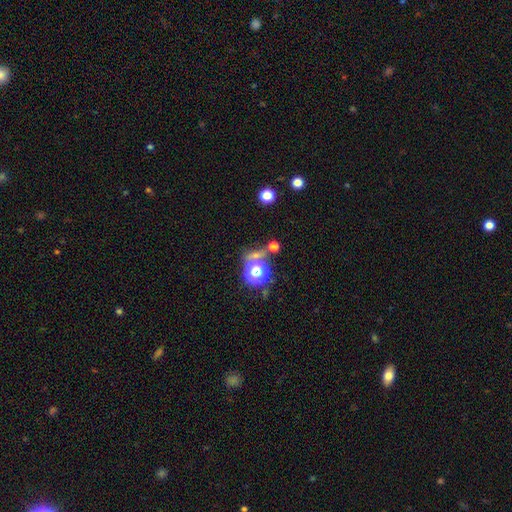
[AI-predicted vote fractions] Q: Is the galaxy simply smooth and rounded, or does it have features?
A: star or artifact — 62%.